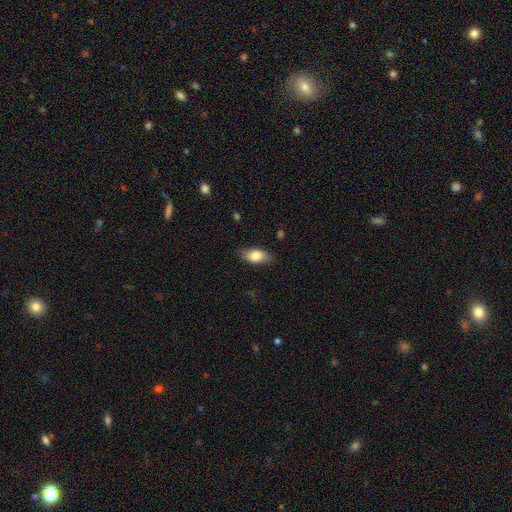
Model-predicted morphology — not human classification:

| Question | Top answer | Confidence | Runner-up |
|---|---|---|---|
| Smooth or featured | smooth | 80% | featured or disk (13%) |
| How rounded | in between | 90% | round (5%) |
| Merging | none | 82% | minor disturbance (14%) |